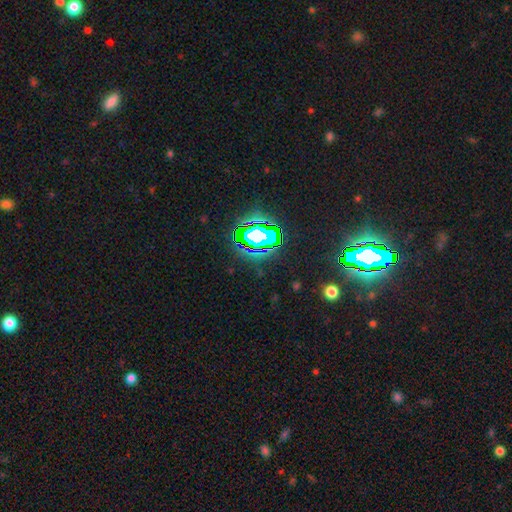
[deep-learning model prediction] Q: Smooth or featured?
A: star or artifact (82%); runner-up: smooth (10%)